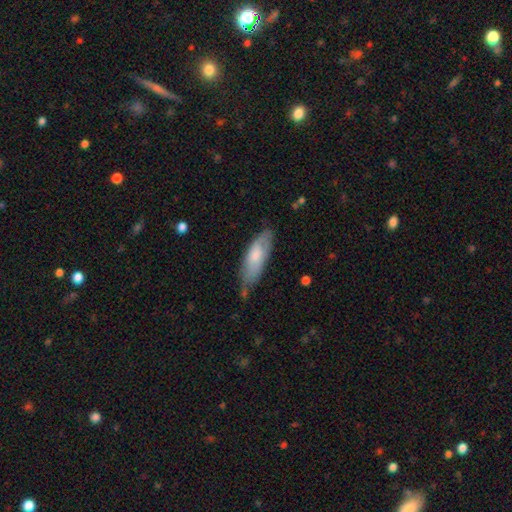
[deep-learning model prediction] Morphology: type=smooth (65%); roundness=in between (61%); merging=none (61%).